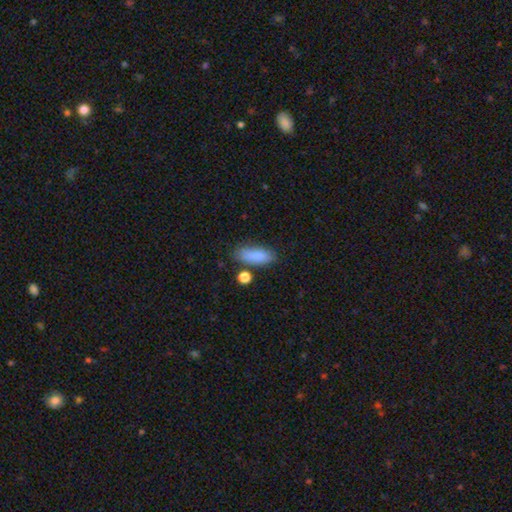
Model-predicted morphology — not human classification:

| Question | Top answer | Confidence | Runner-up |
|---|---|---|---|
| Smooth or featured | smooth | 85% | featured or disk (7%) |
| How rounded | in between | 74% | cigar-shaped (23%) |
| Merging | none | 74% | minor disturbance (16%) |